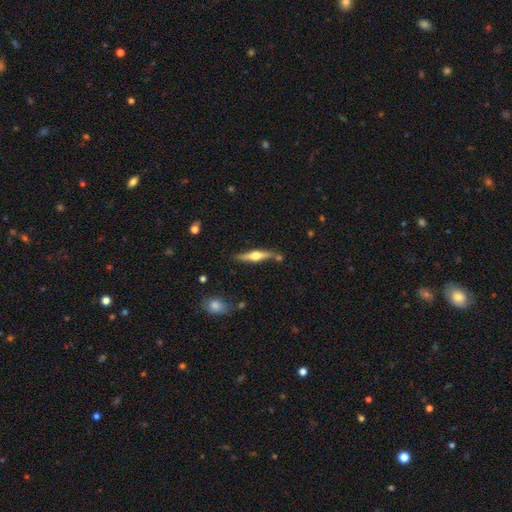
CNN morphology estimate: A featured or disk galaxy (64%) viewed edge-on (96%) with a rounded central bulge (93%). Merging: none (78%).